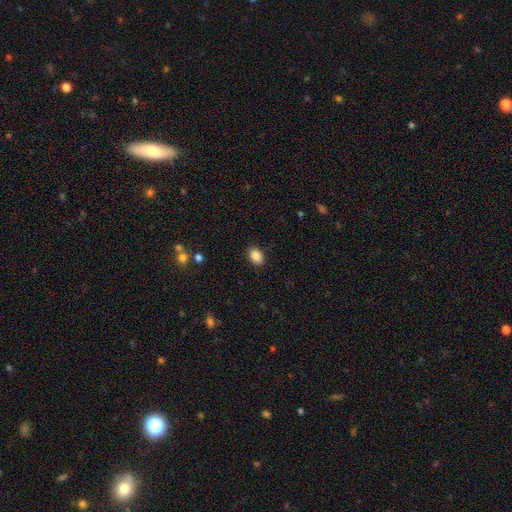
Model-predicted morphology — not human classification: A smooth galaxy with no disk features (87%) that is in between round and cigar-shaped (80%).

Vote fractions:
- Smooth or featured? smooth: 87% / star or artifact: 9% / featured or disk: 4%
- How rounded? in between: 80% / round: 19% / cigar-shaped: 1%
- Merging? none: 88% / minor disturbance: 9% / major disturbance: 3% / merger: 1%